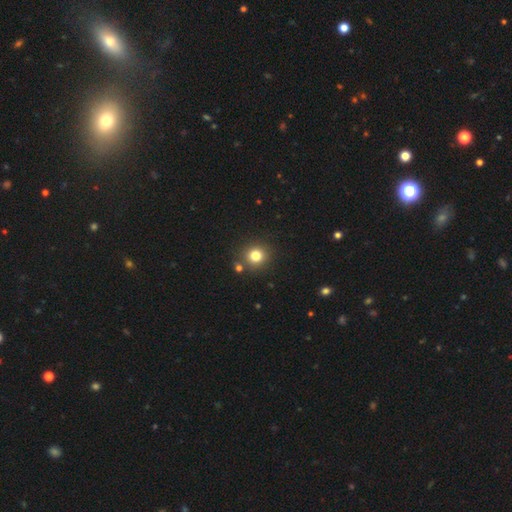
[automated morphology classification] This is likely a smooth galaxy (80%). How rounded: clearly round (90%). Merging: clearly none (84%).